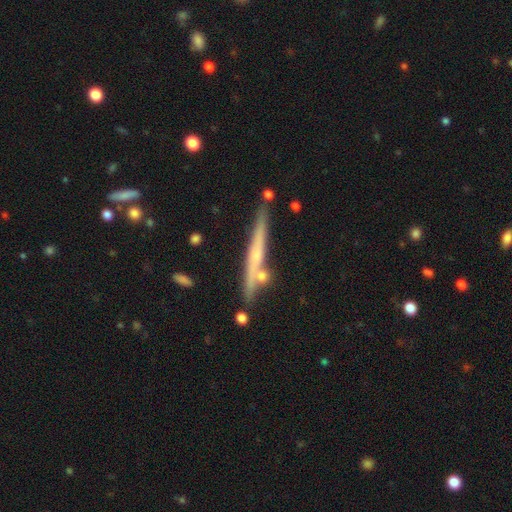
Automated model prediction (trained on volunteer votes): A featured or disk galaxy (65%) viewed edge-on (95%) with no central bulge (51%). Merging: none (78%).